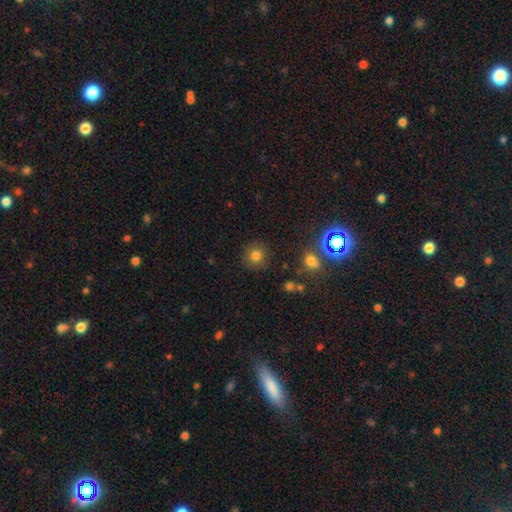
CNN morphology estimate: Overall: smooth (77%). How rounded: round (91%). Merging: none (87%).